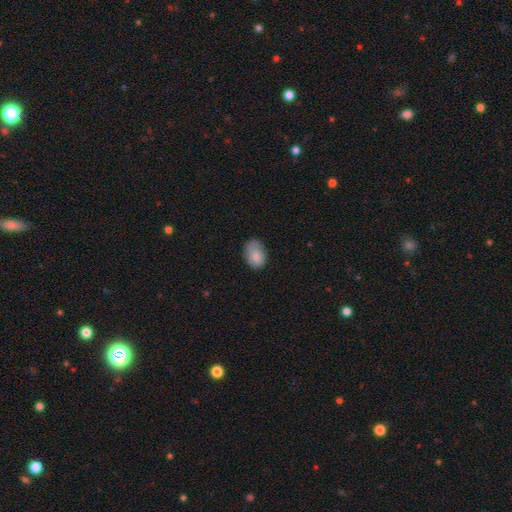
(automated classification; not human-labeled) smooth 82%, featured or disk 10%, star or artifact 7%. Down the decision tree: how rounded — in between (82%); merging — none (59%).